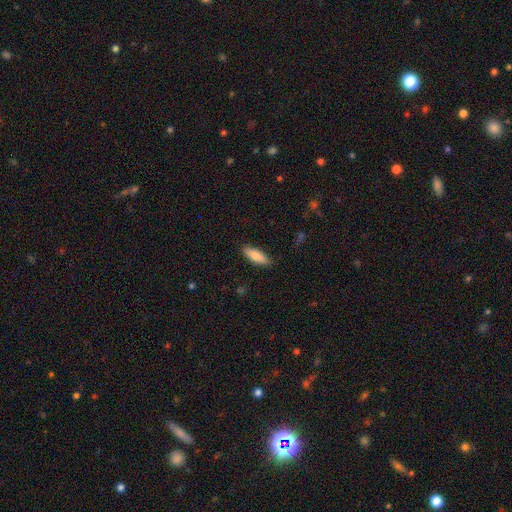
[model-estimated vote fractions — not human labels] Q: Smooth or featured?
A: smooth (83%); runner-up: featured or disk (11%)
Q: How rounded?
A: in between (61%); runner-up: cigar-shaped (37%)
Q: Merging?
A: none (86%); runner-up: minor disturbance (11%)